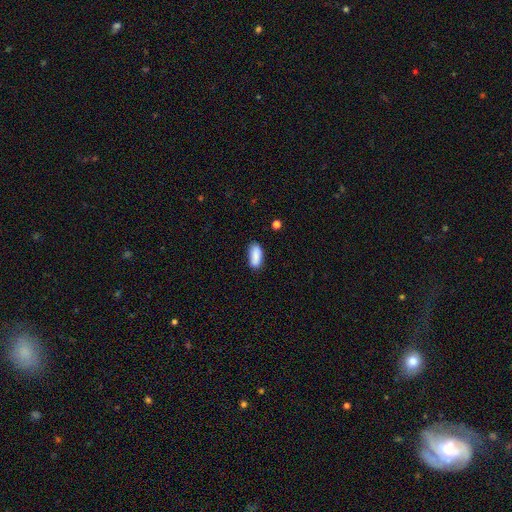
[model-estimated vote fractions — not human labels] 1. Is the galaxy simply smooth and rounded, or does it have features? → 89% smooth, 7% star or artifact, 5% featured or disk.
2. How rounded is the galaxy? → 85% in between, 13% cigar-shaped, 2% round.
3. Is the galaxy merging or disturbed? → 80% none, 15% minor disturbance, 3% major disturbance, 2% merger.